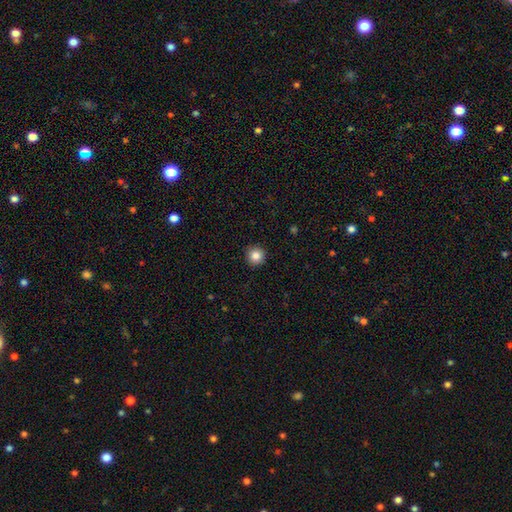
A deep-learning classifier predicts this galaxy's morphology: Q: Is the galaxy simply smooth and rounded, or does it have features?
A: smooth — 85%.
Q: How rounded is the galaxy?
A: round — 96%.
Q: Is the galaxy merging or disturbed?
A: none — 93%.